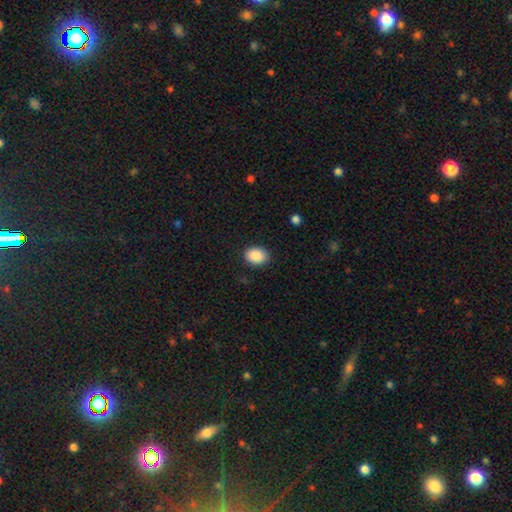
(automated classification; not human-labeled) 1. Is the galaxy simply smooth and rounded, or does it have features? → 90% smooth, 7% star or artifact, 3% featured or disk.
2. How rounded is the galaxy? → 68% in between, 31% round, 1% cigar-shaped.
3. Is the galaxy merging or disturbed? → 88% none, 9% minor disturbance, 2% major disturbance, 1% merger.